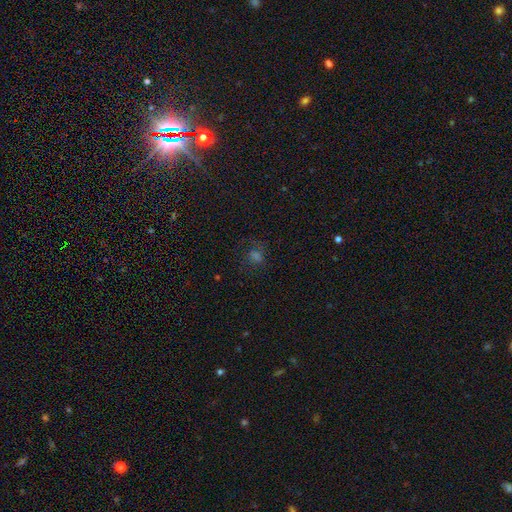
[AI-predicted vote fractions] This appears to be a smooth galaxy with no disk features (46%). Merging: none (68%).